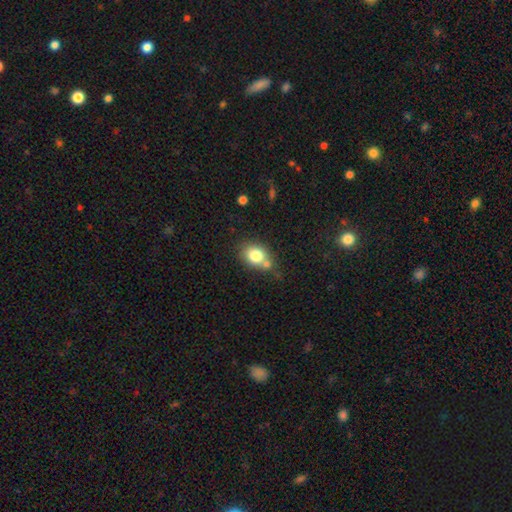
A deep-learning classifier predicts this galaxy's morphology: This appears to be a smooth galaxy with no disk features (79%) that is round (50%). Merging: none (53%).